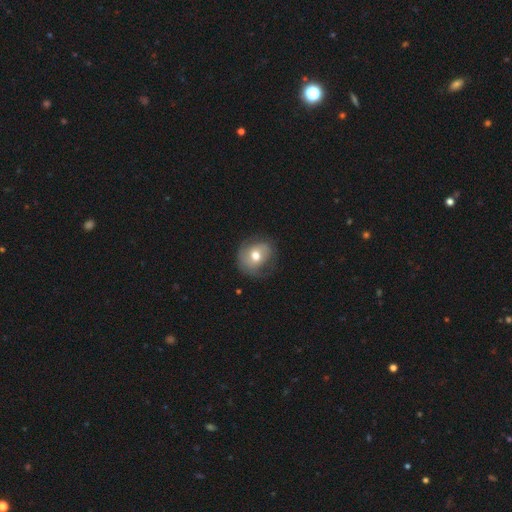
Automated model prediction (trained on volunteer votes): Overall: smooth (57%; featured or disk 35%). How rounded: round (63%; in between 36%). Merging: none (63%; minor disturbance 24%).